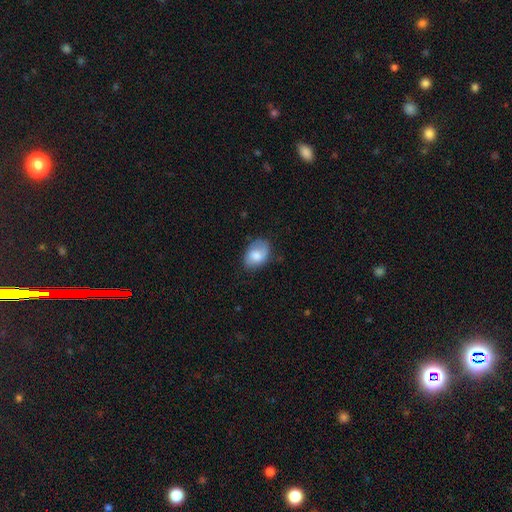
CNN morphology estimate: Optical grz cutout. It shows a smooth galaxy with no disk features (71%) that is in between round and cigar-shaped (81%). Merging: none (65%).